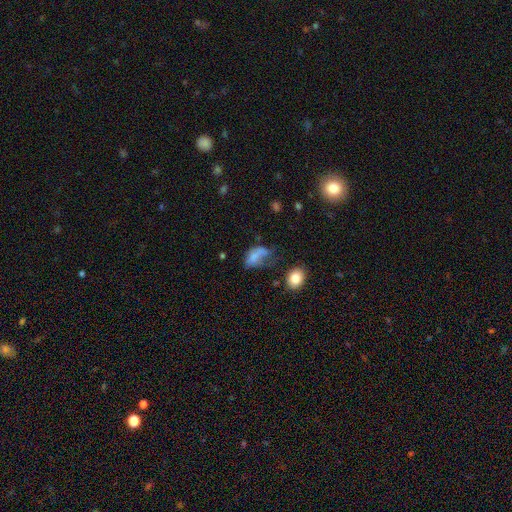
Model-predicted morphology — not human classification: smooth 62%, featured or disk 25%, star or artifact 13%. Down the decision tree: how rounded — in between (84%); merging — major disturbance (40%).